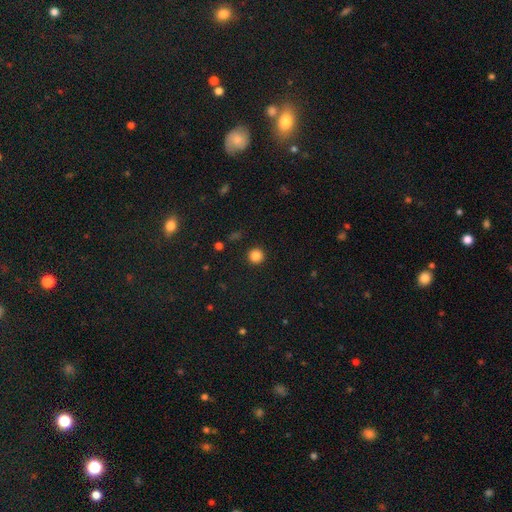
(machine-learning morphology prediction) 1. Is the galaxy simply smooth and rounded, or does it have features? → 84% smooth, 12% star or artifact, 4% featured or disk.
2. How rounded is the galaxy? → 95% round, 4% in between, 1% cigar-shaped.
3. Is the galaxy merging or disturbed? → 93% none, 4% minor disturbance, 2% major disturbance, 1% merger.